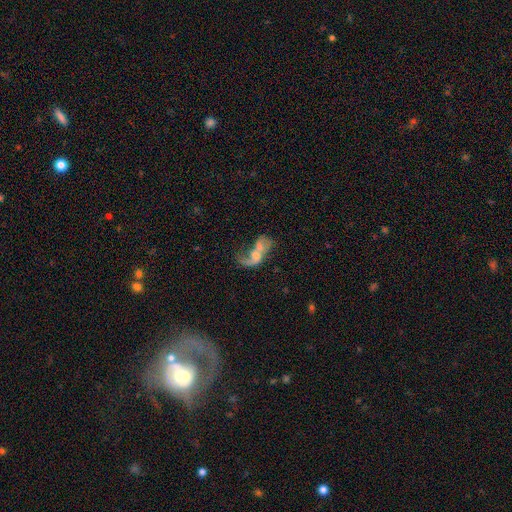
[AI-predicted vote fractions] Overall: featured or disk (62%; smooth 27%). Edge-on disk: no (95%). Bar: no (68%). Spiral arms: yes (62%; no 38%). Bulge size: moderate (37%; small 31%). Merging: merger (51%; major disturbance 24%).